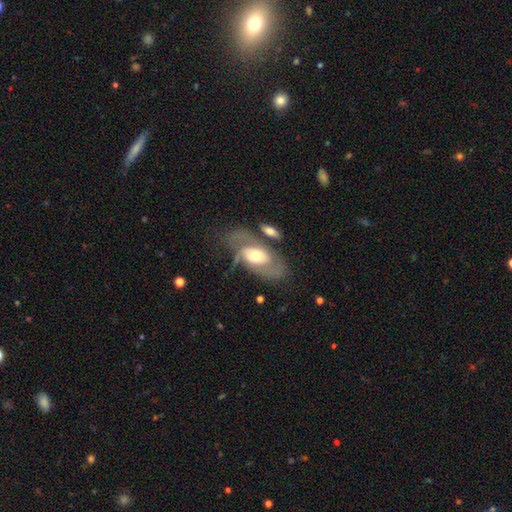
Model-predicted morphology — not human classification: A featured or disk galaxy (73%) with no bar (63%), 2 (70%) medium (45%) spiral arms (84%) and a moderate central bulge (65%). Merging: none (46%).